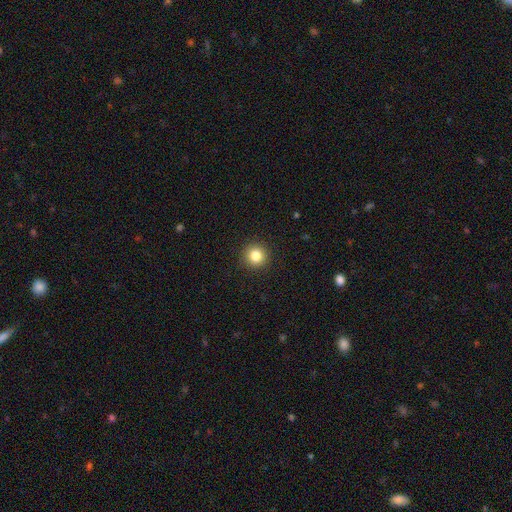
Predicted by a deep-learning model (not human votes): Q: Smooth or featured?
A: smooth (83%); runner-up: star or artifact (11%)
Q: How rounded?
A: round (94%); runner-up: in between (5%)
Q: Merging?
A: none (92%); runner-up: minor disturbance (5%)